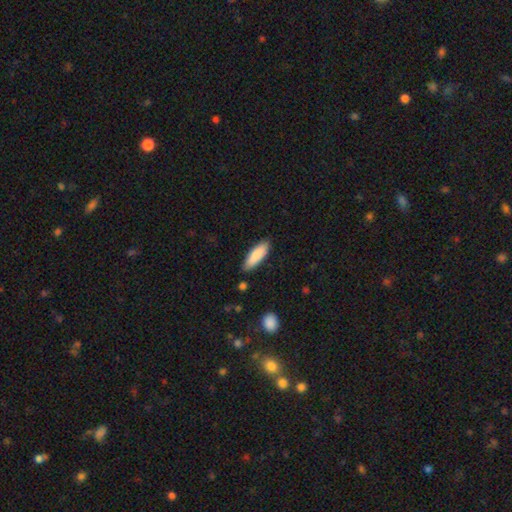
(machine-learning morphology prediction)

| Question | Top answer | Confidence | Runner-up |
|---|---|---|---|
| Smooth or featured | smooth | 84% | featured or disk (11%) |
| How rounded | in between | 53% | cigar-shaped (46%) |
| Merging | none | 85% | minor disturbance (11%) |